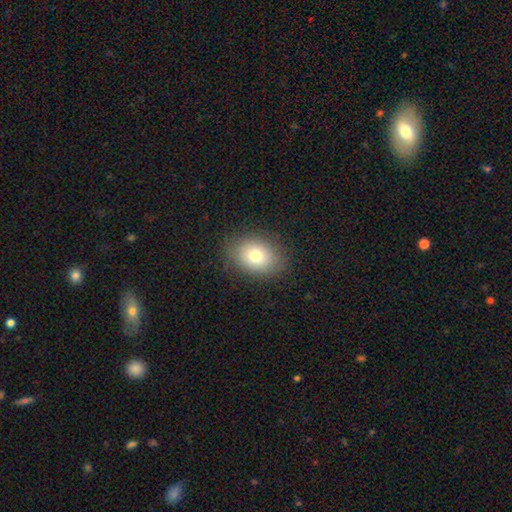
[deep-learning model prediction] A smooth galaxy with no disk features (76%) that is in between round and cigar-shaped (66%). Merging: none (84%).